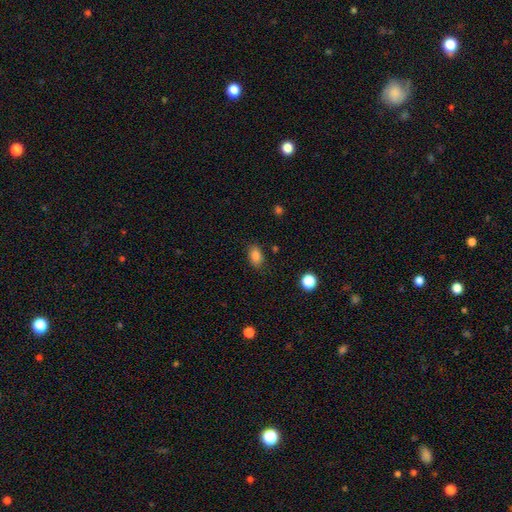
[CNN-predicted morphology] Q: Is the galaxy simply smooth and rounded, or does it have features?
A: smooth — 85%.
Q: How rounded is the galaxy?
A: in between — 84%.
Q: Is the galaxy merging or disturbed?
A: none — 82%.